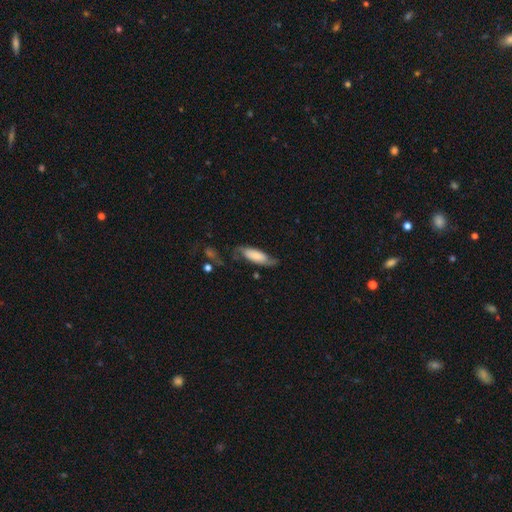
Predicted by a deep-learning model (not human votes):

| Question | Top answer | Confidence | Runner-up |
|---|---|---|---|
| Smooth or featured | smooth | 55% | featured or disk (38%) |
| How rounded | in between | 66% | cigar-shaped (32%) |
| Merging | none | 54% | minor disturbance (26%) |